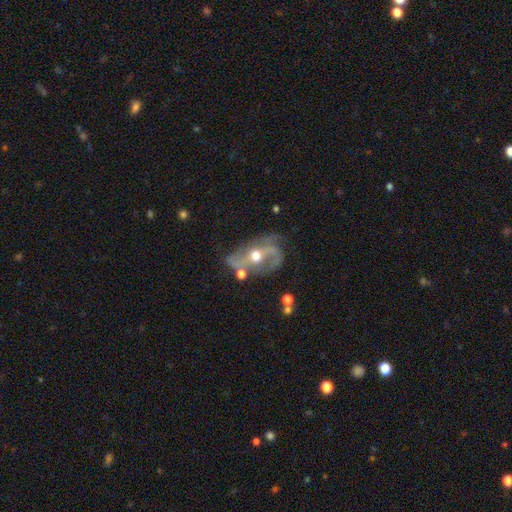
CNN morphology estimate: A featured or disk galaxy (82%) with no bar (45%), 2 (81%) loose (49%) spiral arms (87%) and a moderate central bulge (76%).

Vote fractions:
- Smooth or featured? featured or disk: 82% / smooth: 11% / star or artifact: 6%
- Edge-on disk? no: 95% / yes: 5%
- Bar? no: 45% / weak: 33% / strong: 22%
- Spiral arms? yes: 87% / no: 13%
- Spiral winding? loose: 49% / medium: 38% / tight: 14%
- Spiral arm count? 2: 81% / can't tell: 7% / 1: 6% / 3: 3% / 4: 1% / more than 4: 1%
- Bulge size? moderate: 76% / small: 16% / large: 6% / none: 1% / dominant: 1%
- Merging? none: 54% / minor disturbance: 22% / major disturbance: 17% / merger: 7%